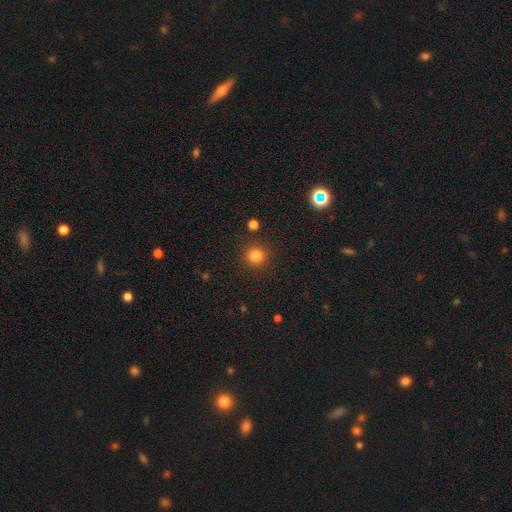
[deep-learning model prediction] Q: Smooth or featured?
A: smooth (82%); runner-up: star or artifact (14%)
Q: How rounded?
A: round (94%); runner-up: in between (5%)
Q: Merging?
A: none (90%); runner-up: minor disturbance (6%)